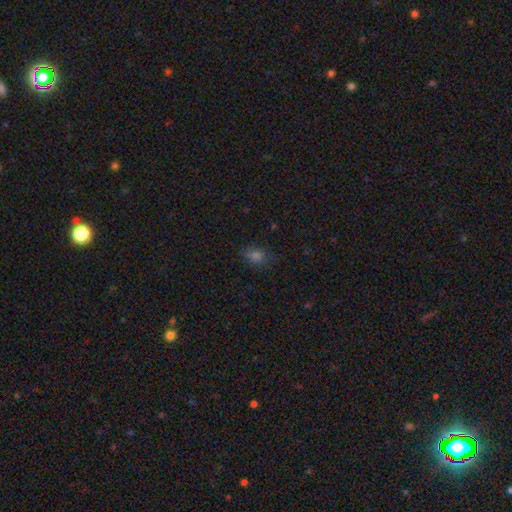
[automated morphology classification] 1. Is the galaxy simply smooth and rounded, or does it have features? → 72% smooth, 21% star or artifact, 7% featured or disk.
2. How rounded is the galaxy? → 57% in between, 41% round, 2% cigar-shaped.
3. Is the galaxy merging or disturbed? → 77% none, 17% minor disturbance, 4% major disturbance, 1% merger.